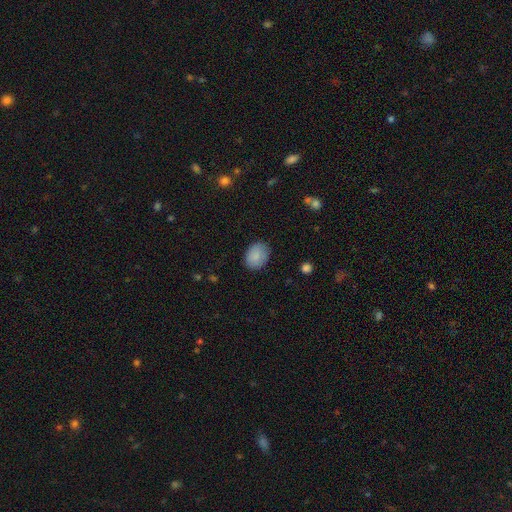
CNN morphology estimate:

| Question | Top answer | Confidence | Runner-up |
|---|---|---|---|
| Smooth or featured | smooth | 87% | star or artifact (7%) |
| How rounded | in between | 67% | round (32%) |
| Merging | none | 83% | minor disturbance (13%) |